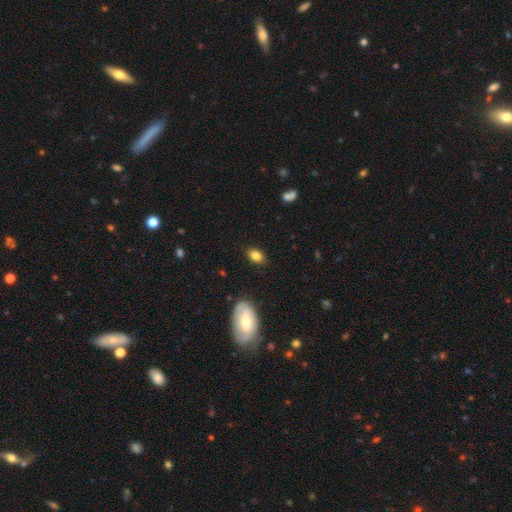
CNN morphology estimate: smooth_or_featured: smooth (p=0.83) [alt: featured or disk p=0.09]
how_rounded: in between (p=0.85) [alt: round p=0.12]
merging: none (p=0.84) [alt: minor disturbance p=0.12]